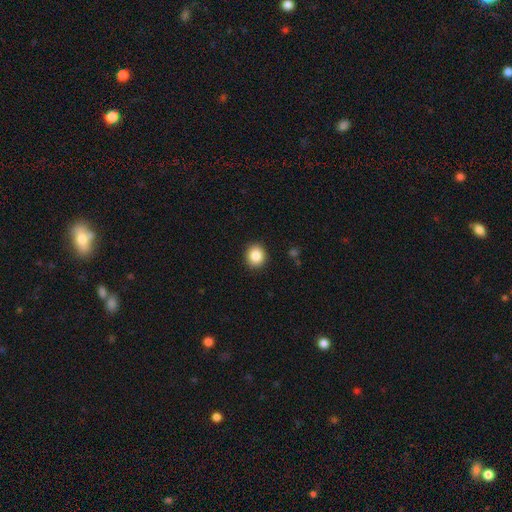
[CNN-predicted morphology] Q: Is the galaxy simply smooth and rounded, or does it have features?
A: smooth — 86%.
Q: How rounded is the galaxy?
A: round — 83%.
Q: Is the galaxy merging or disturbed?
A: none — 91%.